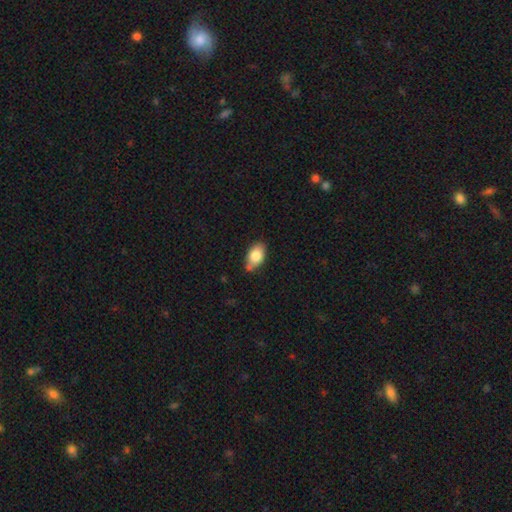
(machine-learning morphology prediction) Overall: smooth (82%). How rounded: in between (89%). Merging: none (69%).